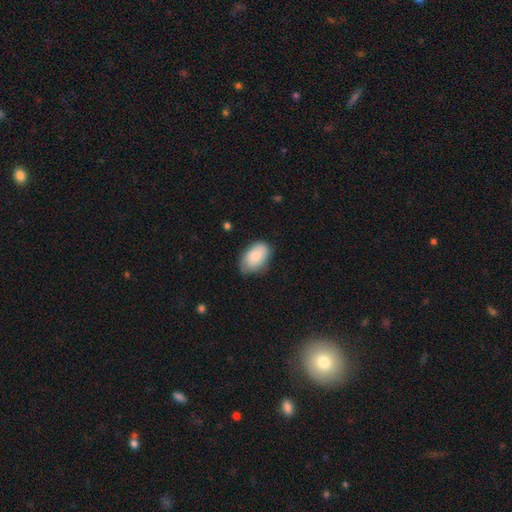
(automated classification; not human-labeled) The model was most divided on "merging": none: 67%, minor disturbance: 26%, major disturbance: 5%, merger: 1%. More confident: how rounded — in between (92%); smooth or featured — smooth (84%).